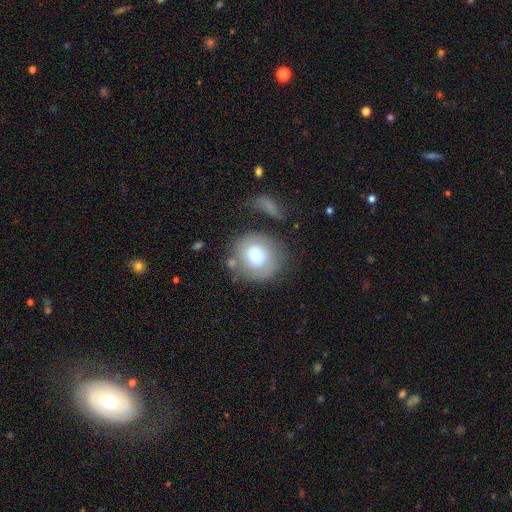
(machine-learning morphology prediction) smooth_or_featured: smooth (p=0.69) [alt: featured or disk p=0.23]
how_rounded: round (p=0.87) [alt: in between p=0.12]
merging: none (p=0.68) [alt: minor disturbance p=0.16]